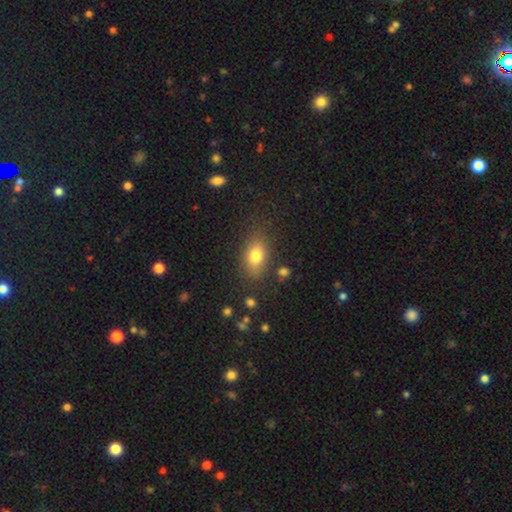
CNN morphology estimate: The model was most divided on "merging": none: 79%, minor disturbance: 14%, major disturbance: 5%, merger: 3%. More confident: how rounded — in between (82%); smooth or featured — smooth (78%).